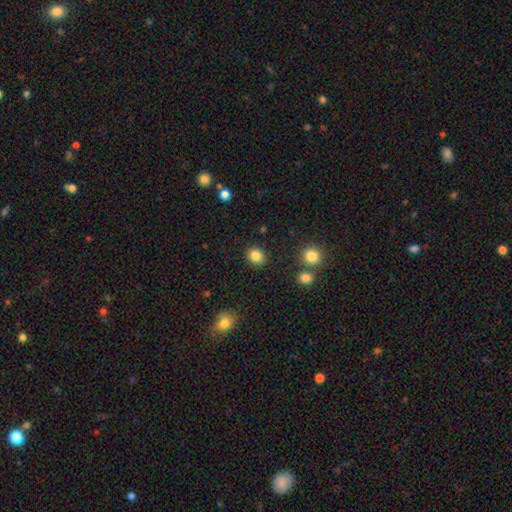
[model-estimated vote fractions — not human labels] Q: Smooth or featured?
A: smooth (85%); runner-up: star or artifact (10%)
Q: How rounded?
A: round (74%); runner-up: in between (26%)
Q: Merging?
A: none (89%); runner-up: minor disturbance (7%)